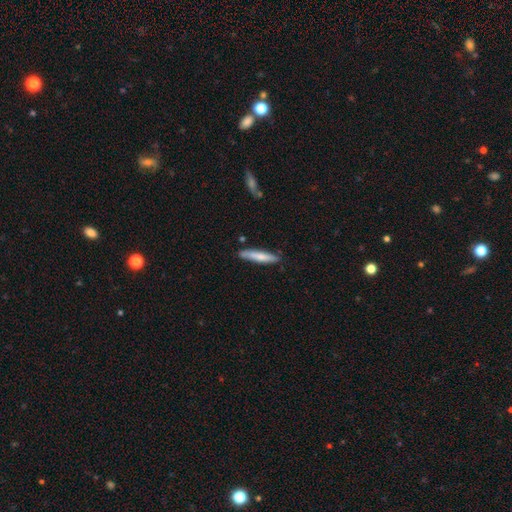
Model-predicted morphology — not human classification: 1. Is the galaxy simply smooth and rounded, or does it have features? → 66% smooth, 28% featured or disk, 6% star or artifact.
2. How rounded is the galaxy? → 91% cigar-shaped, 7% in between, 1% round.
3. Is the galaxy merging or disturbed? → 82% none, 13% minor disturbance, 2% merger, 2% major disturbance.